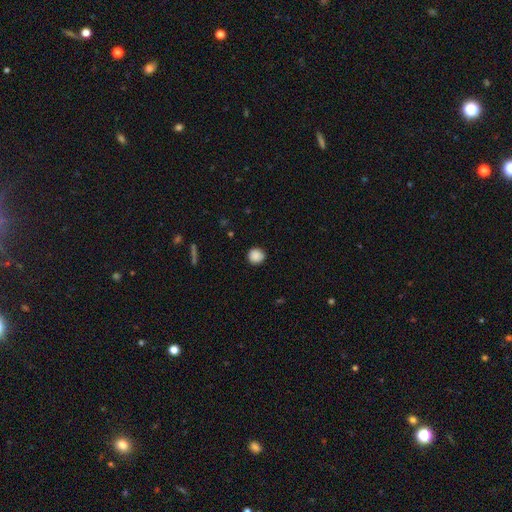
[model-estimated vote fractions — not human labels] This is clearly a smooth galaxy (88%). How rounded: clearly round (91%). Merging: clearly none (89%).